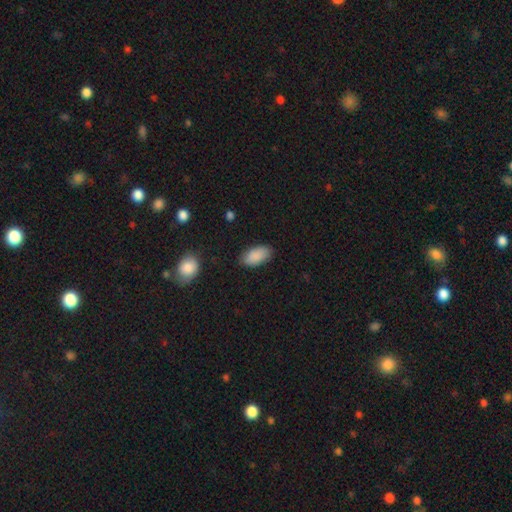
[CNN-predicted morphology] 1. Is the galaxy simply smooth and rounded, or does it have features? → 88% smooth, 7% star or artifact, 5% featured or disk.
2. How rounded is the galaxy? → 94% in between, 4% cigar-shaped, 3% round.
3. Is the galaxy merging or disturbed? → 83% none, 13% minor disturbance, 3% major disturbance, 1% merger.